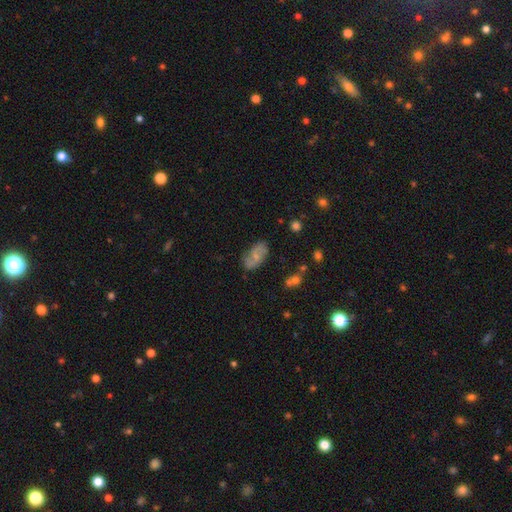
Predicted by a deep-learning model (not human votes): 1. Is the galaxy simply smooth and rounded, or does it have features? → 46% smooth (tied), 46% featured or disk (tied), 8% star or artifact.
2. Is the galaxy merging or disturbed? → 70% none, 21% minor disturbance, 6% major disturbance, 3% merger.